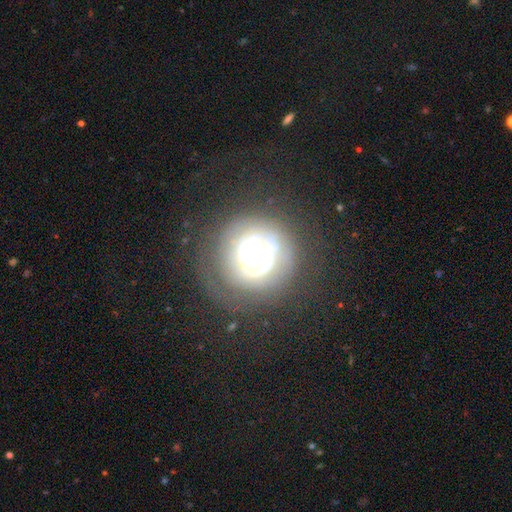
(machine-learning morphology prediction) Overall: featured or disk (64%). Edge-on disk: no (96%). Bar: no (72%). Spiral arms: yes (72%). Bulge size: large (49%; dominant 23%). Merging: none (59%).